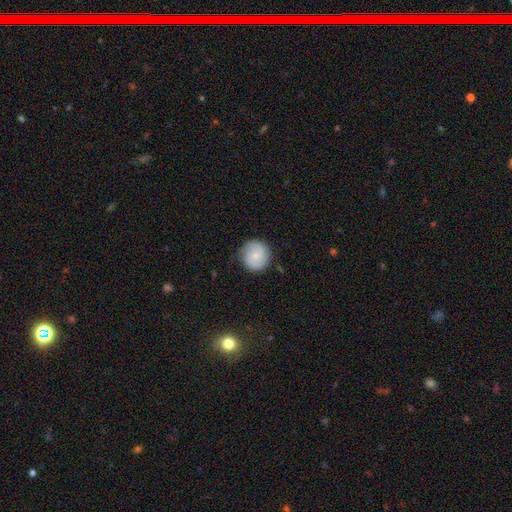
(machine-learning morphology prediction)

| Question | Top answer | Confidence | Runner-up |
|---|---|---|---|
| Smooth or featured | smooth | 51% | featured or disk (43%) |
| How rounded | round | 91% | in between (8%) |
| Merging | none | 79% | minor disturbance (16%) |